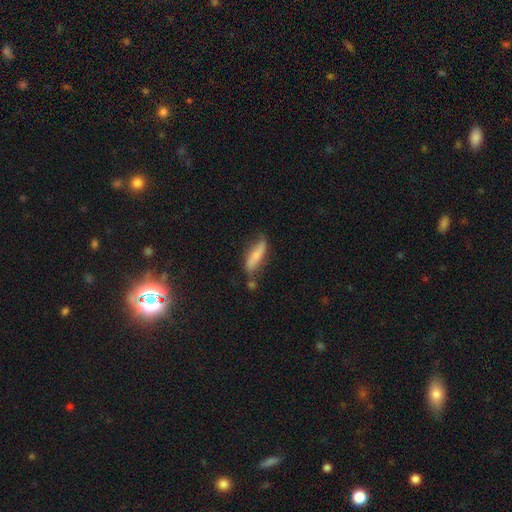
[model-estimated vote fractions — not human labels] This appears to be a smooth galaxy with no disk features (60%) that is cigar-shaped (65%). Merging: none (56%).